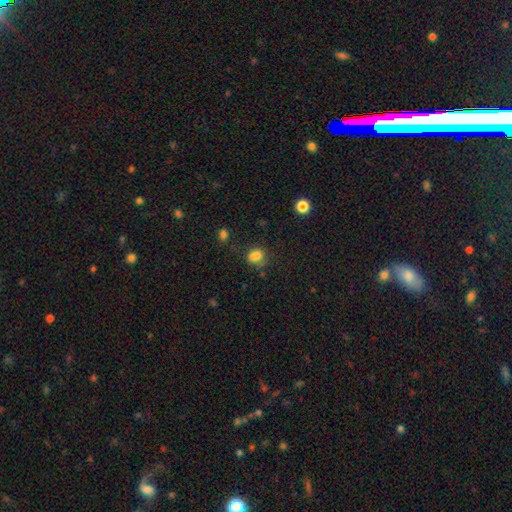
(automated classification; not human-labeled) Morphology: type=smooth (74%); roundness=round (66%); merging=none (44%).